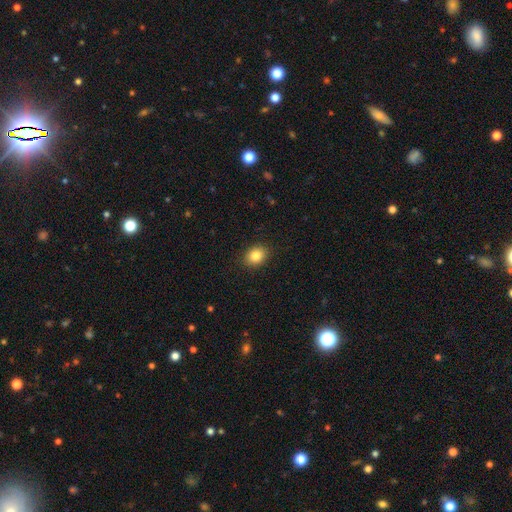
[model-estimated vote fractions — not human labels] Smooth or featured? Predicted: smooth (p=0.84). How rounded? Predicted: in between (p=0.54). Merging? Predicted: none (p=0.89).